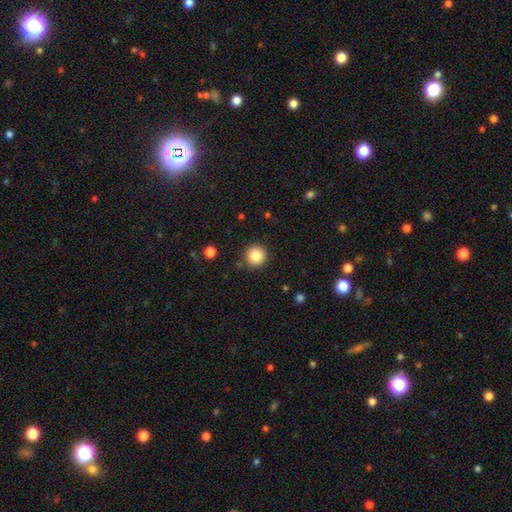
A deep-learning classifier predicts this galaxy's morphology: Q: Smooth or featured?
A: smooth (85%); runner-up: star or artifact (10%)
Q: How rounded?
A: round (95%); runner-up: in between (4%)
Q: Merging?
A: none (88%); runner-up: minor disturbance (7%)